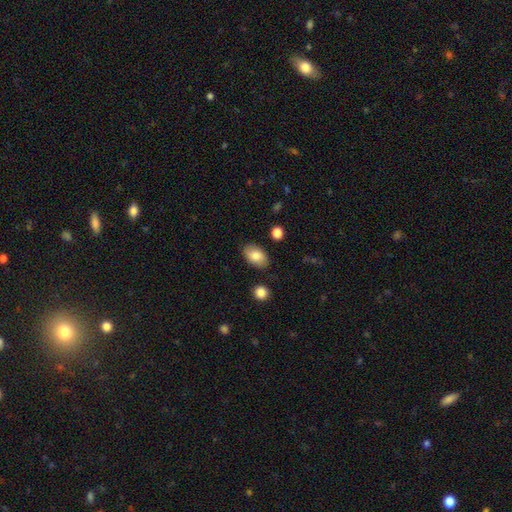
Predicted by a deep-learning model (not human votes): Q: Smooth or featured?
A: smooth (82%); runner-up: featured or disk (11%)
Q: How rounded?
A: in between (92%); runner-up: round (6%)
Q: Merging?
A: none (85%); runner-up: minor disturbance (11%)